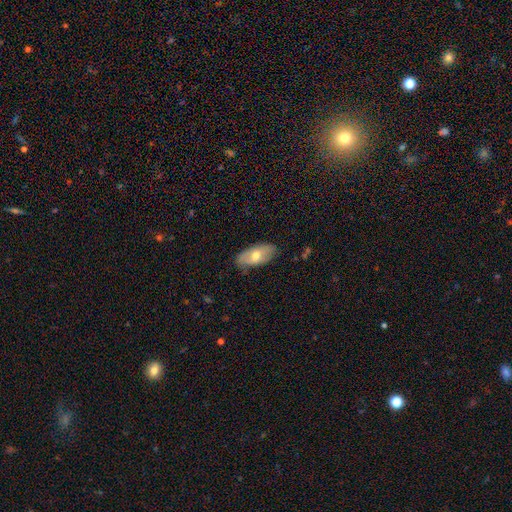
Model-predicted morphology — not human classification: Smooth or featured? smooth (61%)
How rounded? in between (92%)
Merging? none (79%)